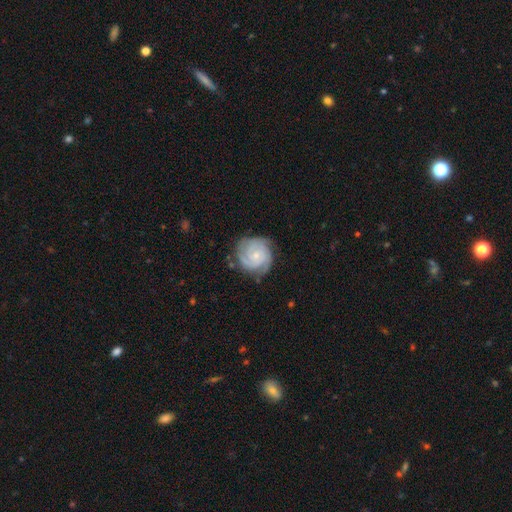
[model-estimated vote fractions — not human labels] smooth-or-featured: featured or disk: 84% | smooth: 11% | star or artifact: 5%
  disk-edge-on: no: 98% | yes: 2%
    bar: no: 70% | weak: 26% | strong: 4%
    has-spiral-arms: yes: 97% | no: 3%
      spiral-winding: tight: 72% | medium: 24% | loose: 4%
      spiral-arm-count: 3: 44% | 2: 20% | can't tell: 15% | 4: 10% | 1: 5% | more than 4: 5%
    bulge-size: small: 71% | moderate: 22% | none: 5% | large: 1% | dominant: 1%
  merging: none: 76% | minor disturbance: 18% | major disturbance: 5% | merger: 1%